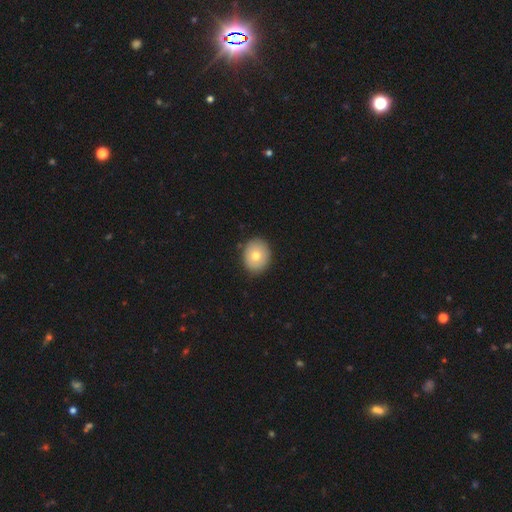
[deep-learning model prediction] This is likely a smooth galaxy (72%). How rounded: likely round (61%). Merging: clearly none (86%).